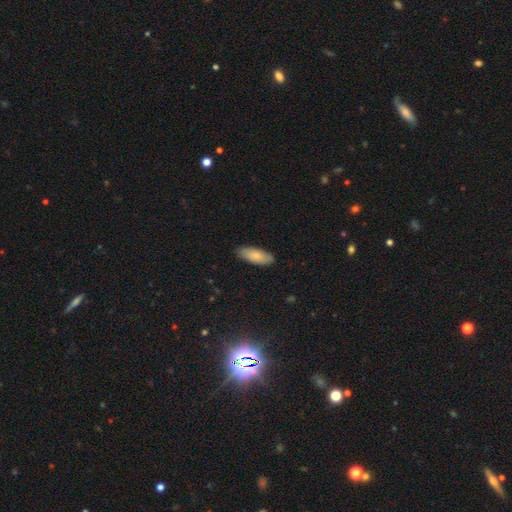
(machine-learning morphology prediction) smooth_or_featured: smooth (p=0.81) [alt: featured or disk p=0.13]
how_rounded: in between (p=0.76) [alt: cigar-shaped p=0.22]
merging: none (p=0.85) [alt: minor disturbance p=0.12]